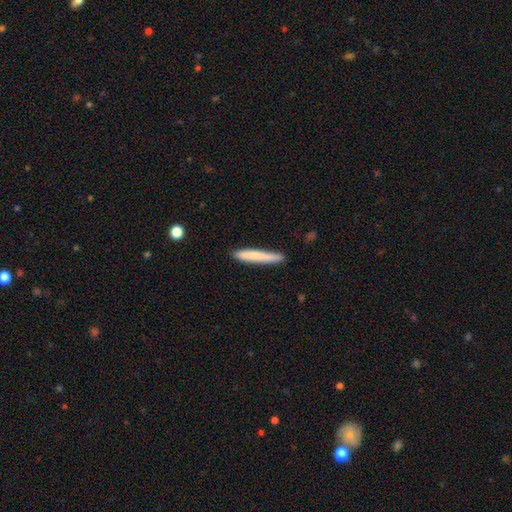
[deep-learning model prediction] Smooth or featured? Predicted: smooth (p=0.77). How rounded? Predicted: cigar-shaped (p=0.95). Merging? Predicted: none (p=0.87).